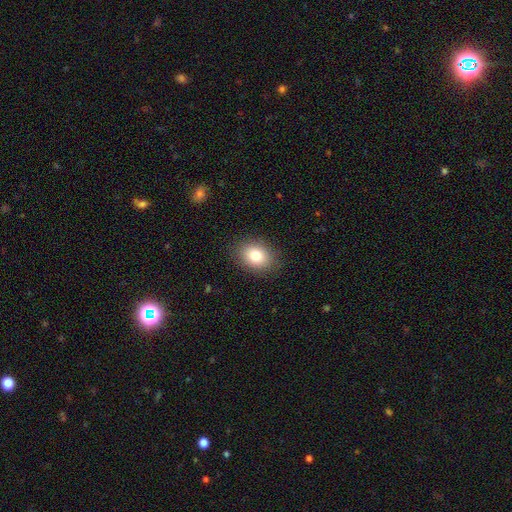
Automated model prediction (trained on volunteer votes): Smooth or featured?
  - smooth: 81% *
  - featured or disk: 10%
  - star or artifact: 9%
How rounded?
  - in between: 63% *
  - round: 36%
  - cigar-shaped: 1%
Merging?
  - none: 87% *
  - minor disturbance: 9%
  - major disturbance: 3%
  - merger: 1%